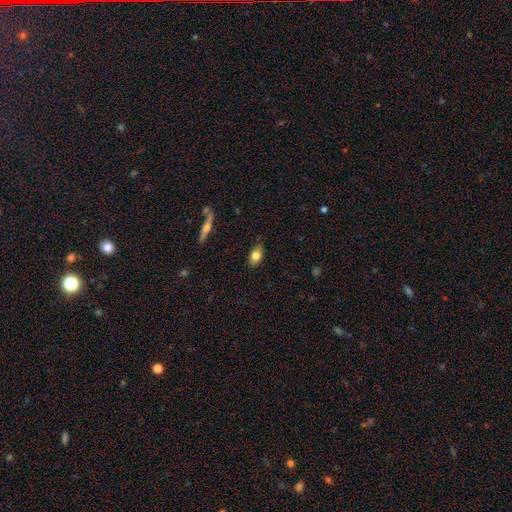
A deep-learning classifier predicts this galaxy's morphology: Smooth or featured? smooth (77%)
How rounded? in between (82%)
Merging? none (83%)